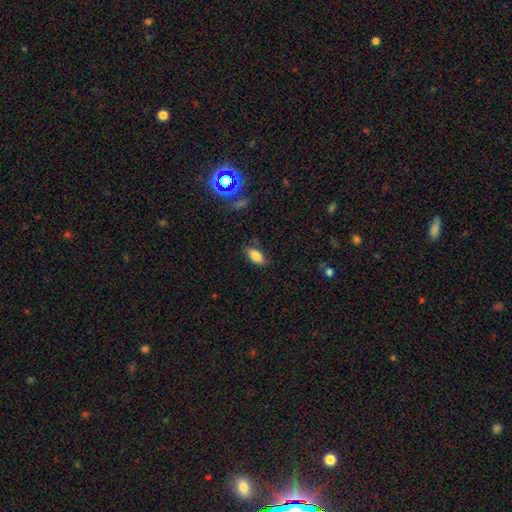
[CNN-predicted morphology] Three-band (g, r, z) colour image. It shows a smooth galaxy with no disk features (83%) that is in between round and cigar-shaped (91%). Merging: none (80%).